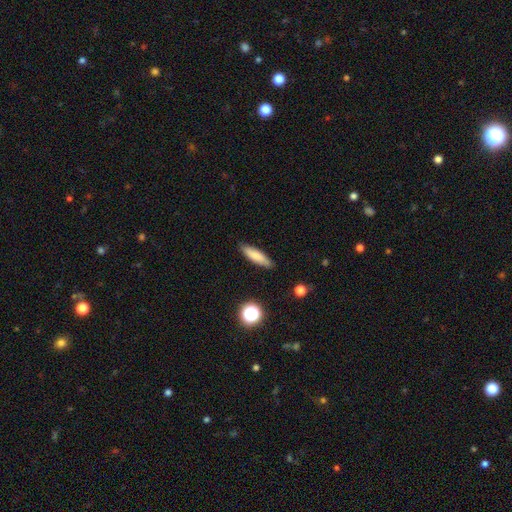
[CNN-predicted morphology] Smooth or featured: smooth — 78% (featured or disk — 14%)
How rounded: cigar-shaped — 70% (in between — 28%)
Merging: none — 86% (minor disturbance — 11%)